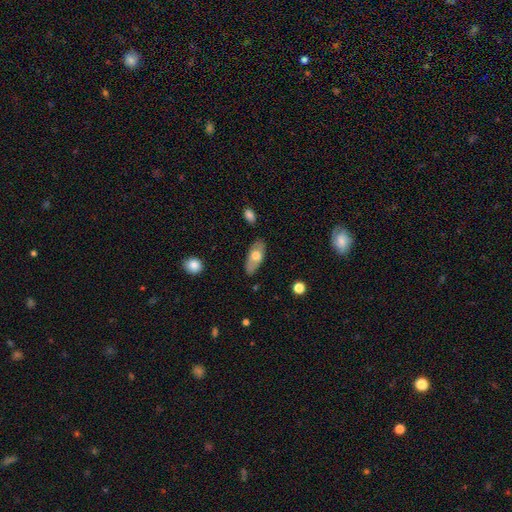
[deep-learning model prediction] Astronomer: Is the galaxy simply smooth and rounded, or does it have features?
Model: smooth — 62%.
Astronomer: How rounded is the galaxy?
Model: in between — 85%.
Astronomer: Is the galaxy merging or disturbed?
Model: none — 77%.